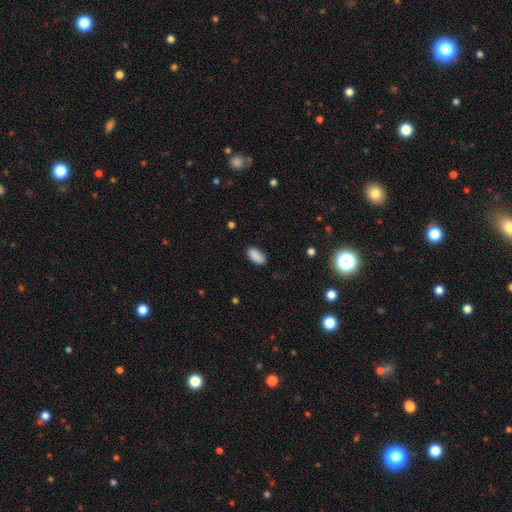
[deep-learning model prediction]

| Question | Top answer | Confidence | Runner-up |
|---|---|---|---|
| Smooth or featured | smooth | 89% | star or artifact (7%) |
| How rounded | in between | 92% | cigar-shaped (5%) |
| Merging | none | 84% | minor disturbance (13%) |